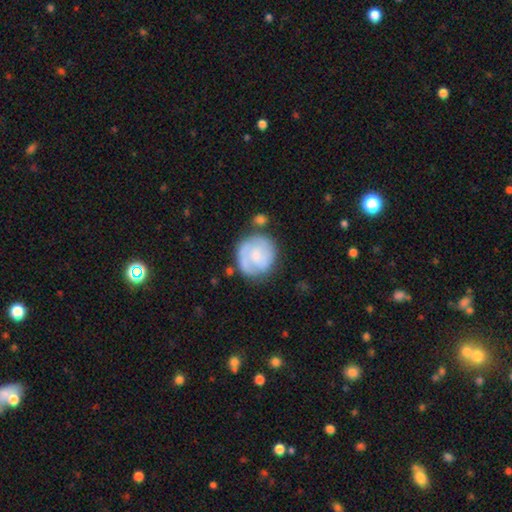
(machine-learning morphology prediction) smooth_or_featured: featured or disk (p=0.58) [alt: smooth p=0.37]
disk_edge_on: no (p=0.98) [alt: yes p=0.02]
bar: no (p=0.66) [alt: weak p=0.29]
has_spiral_arms: yes (p=0.77) [alt: no p=0.23]
bulge_size: small (p=0.53) [alt: moderate p=0.32]
merging: none (p=0.64) [alt: minor disturbance p=0.20]